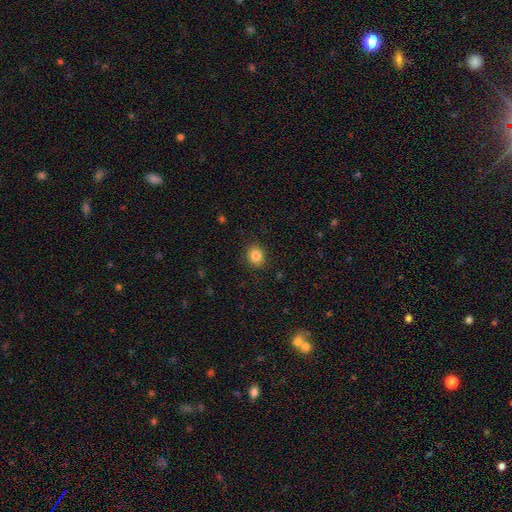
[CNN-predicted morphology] Smooth or featured?
  - smooth: 85% *
  - star or artifact: 10%
  - featured or disk: 5%
How rounded?
  - round: 68% *
  - in between: 31%
  - cigar-shaped: 1%
Merging?
  - none: 88% *
  - minor disturbance: 8%
  - major disturbance: 2%
  - merger: 1%